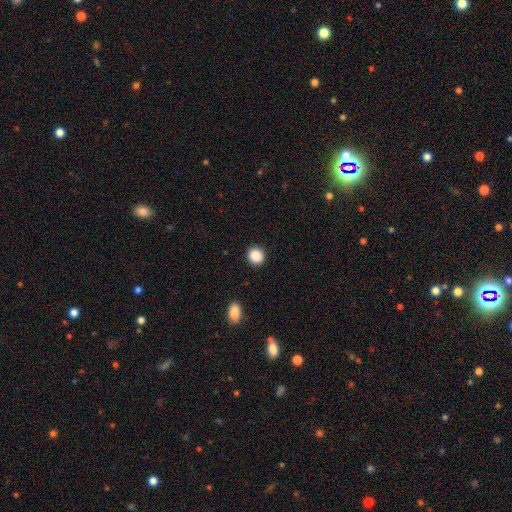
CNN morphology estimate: smooth-or-featured: smooth: 88% | star or artifact: 9% | featured or disk: 3%
  how-rounded: round: 90% | in between: 9% | cigar-shaped: 1%
  merging: none: 91% | minor disturbance: 6% | major disturbance: 2% | merger: 1%